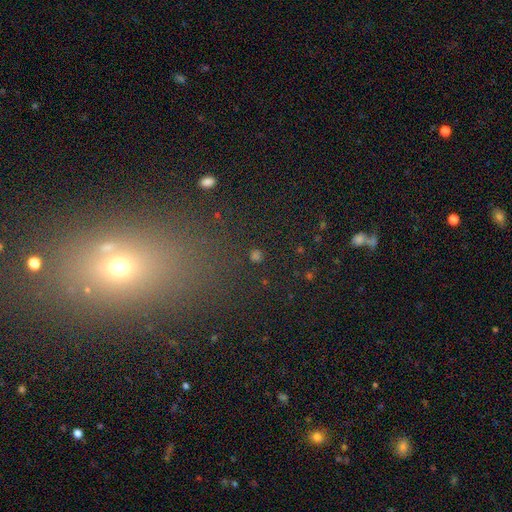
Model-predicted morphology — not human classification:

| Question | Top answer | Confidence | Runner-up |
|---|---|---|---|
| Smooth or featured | smooth | 51% | star or artifact (40%) |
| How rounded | round | 80% | in between (17%) |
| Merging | none | 86% | minor disturbance (7%) |